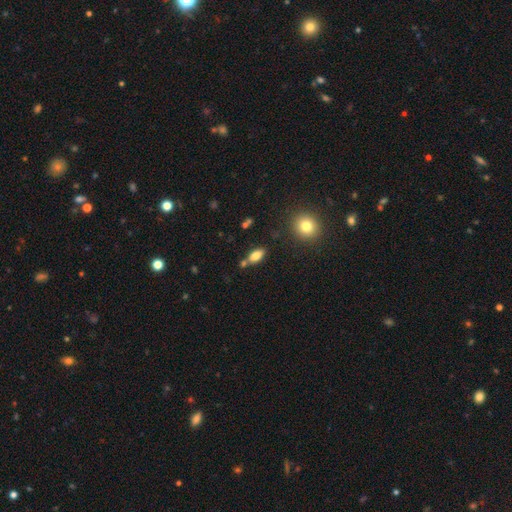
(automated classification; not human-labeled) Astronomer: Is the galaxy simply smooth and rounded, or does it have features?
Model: smooth — 78%.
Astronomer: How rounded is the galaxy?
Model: in between — 85%.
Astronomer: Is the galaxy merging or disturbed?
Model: none — 67%.